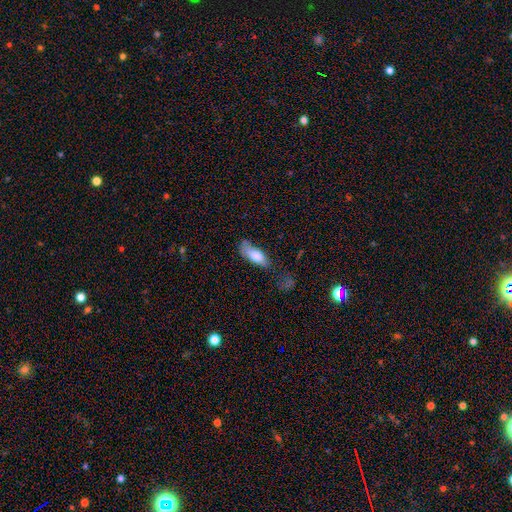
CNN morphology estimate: type=smooth (77%); roundness=in between (72%); merging=none (47%).